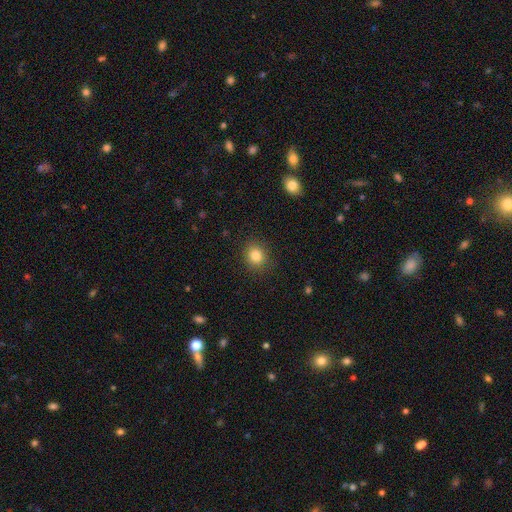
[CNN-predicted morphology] A smooth galaxy with no disk features (83%) that is round (73%). Merging: none (88%).